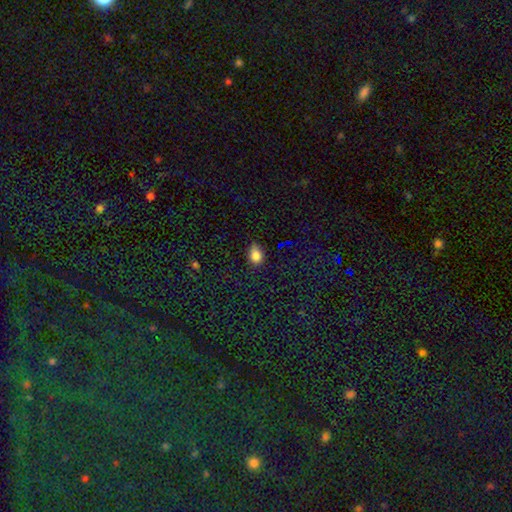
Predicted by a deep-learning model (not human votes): Smooth or featured? Predicted: smooth (p=0.82). How rounded? Predicted: in between (p=0.68). Merging? Predicted: none (p=0.66).